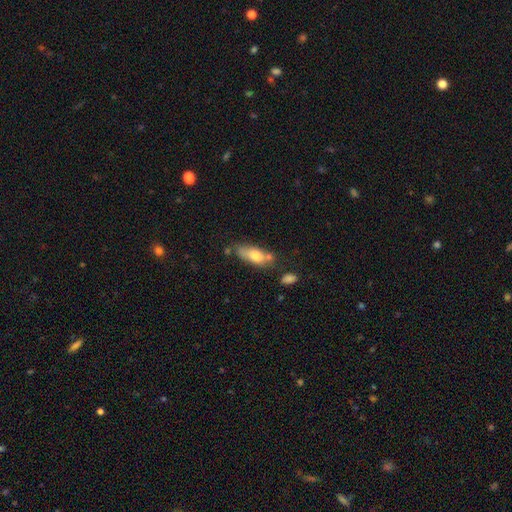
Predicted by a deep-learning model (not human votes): smooth-or-featured: smooth: 72% | featured or disk: 21% | star or artifact: 7%
  how-rounded: in between: 71% | cigar-shaped: 25% | round: 4%
  merging: none: 50% | minor disturbance: 24% | merger: 18% | major disturbance: 8%